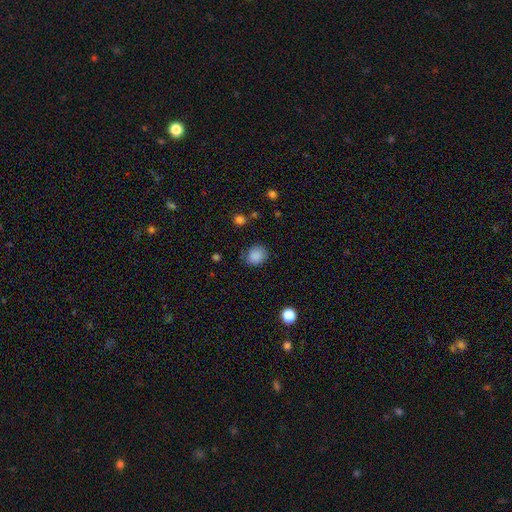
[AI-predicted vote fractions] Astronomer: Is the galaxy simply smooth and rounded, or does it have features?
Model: smooth — 87%.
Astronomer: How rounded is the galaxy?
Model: round — 68%.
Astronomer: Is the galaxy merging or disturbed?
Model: none — 79%.